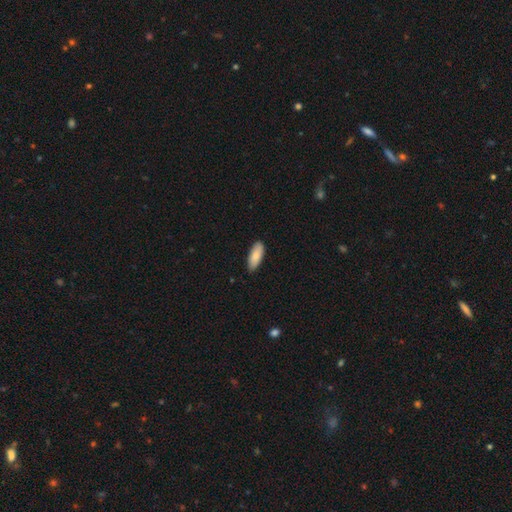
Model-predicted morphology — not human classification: Overall: smooth (85%). How rounded: in between (76%). Merging: none (87%).